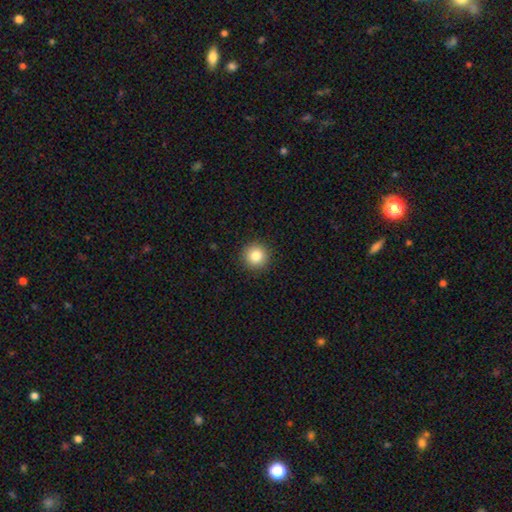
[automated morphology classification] type=smooth (83%); roundness=round (95%); merging=none (93%).